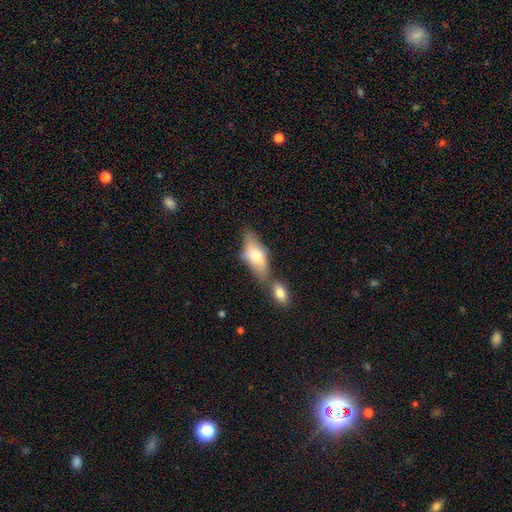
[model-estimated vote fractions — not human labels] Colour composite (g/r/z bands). It shows a smooth galaxy with no disk features (57%) that is in between round and cigar-shaped (77%). Merging: none (40%).